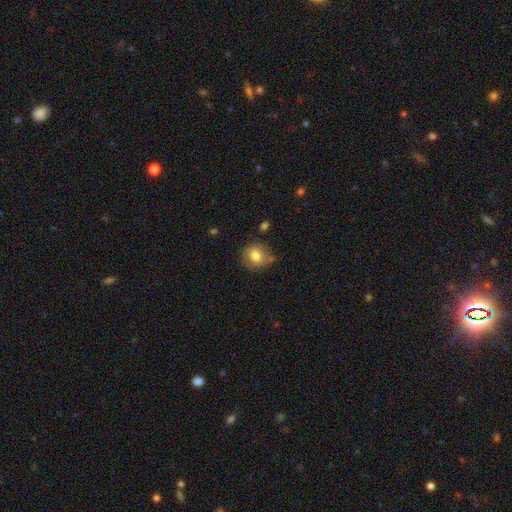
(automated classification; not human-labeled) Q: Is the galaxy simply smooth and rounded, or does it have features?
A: smooth — 78%.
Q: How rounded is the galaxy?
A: round — 86%.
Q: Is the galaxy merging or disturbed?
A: none — 71%.